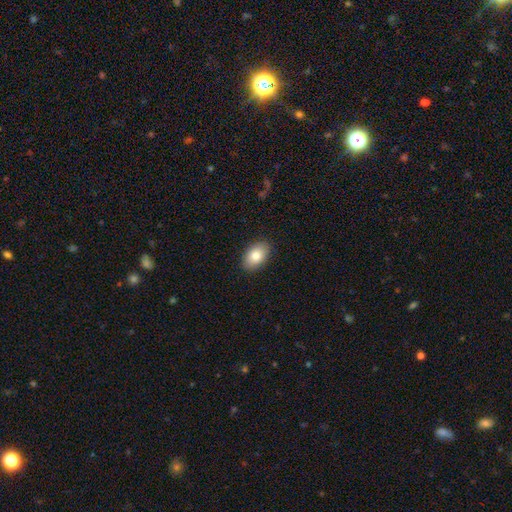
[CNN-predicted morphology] Smooth or featured? Predicted: smooth (p=0.83). How rounded? Predicted: in between (p=0.90). Merging? Predicted: none (p=0.89).